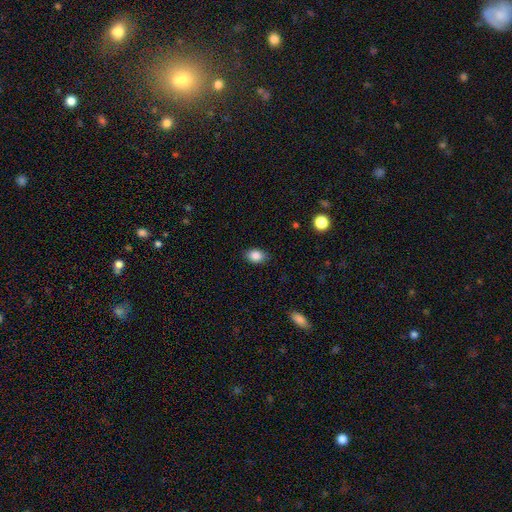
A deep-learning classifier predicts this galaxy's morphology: Q: Smooth or featured?
A: smooth (85%); runner-up: star or artifact (9%)
Q: How rounded?
A: in between (76%); runner-up: round (23%)
Q: Merging?
A: none (87%); runner-up: minor disturbance (10%)